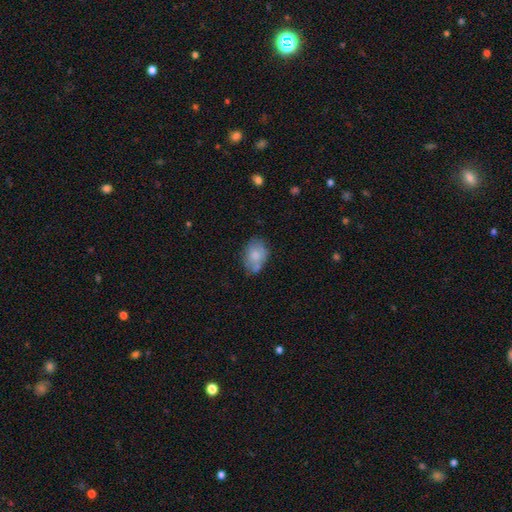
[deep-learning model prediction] Q: Smooth or featured?
A: smooth (74%); runner-up: featured or disk (18%)
Q: How rounded?
A: in between (79%); runner-up: round (20%)
Q: Merging?
A: none (55%); runner-up: minor disturbance (27%)